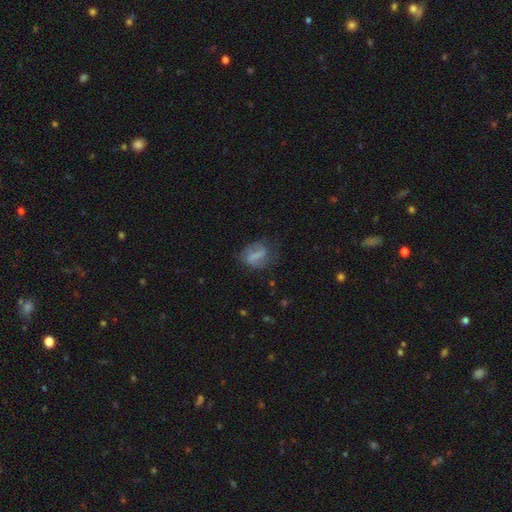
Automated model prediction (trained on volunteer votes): Smooth or featured: smooth — 53% (featured or disk — 37%)
How rounded: in between — 65% (round — 31%)
Merging: none — 53% (minor disturbance — 26%)